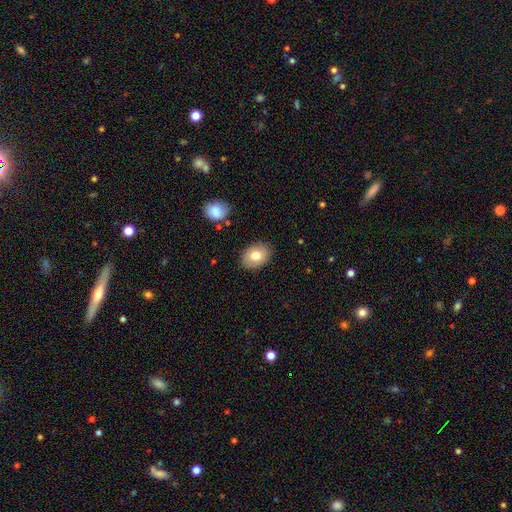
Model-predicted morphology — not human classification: Q: Smooth or featured?
A: smooth (80%); runner-up: featured or disk (13%)
Q: How rounded?
A: in between (75%); runner-up: round (24%)
Q: Merging?
A: none (86%); runner-up: minor disturbance (10%)